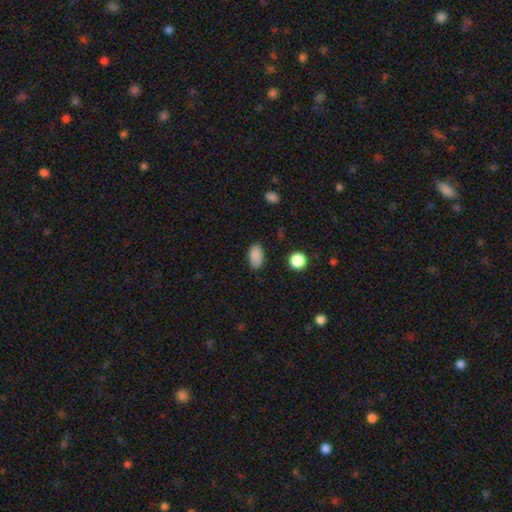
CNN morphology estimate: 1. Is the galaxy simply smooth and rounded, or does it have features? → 87% smooth, 9% star or artifact, 4% featured or disk.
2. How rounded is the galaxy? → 91% in between, 7% round, 2% cigar-shaped.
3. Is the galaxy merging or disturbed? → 85% none, 11% minor disturbance, 3% major disturbance, 1% merger.